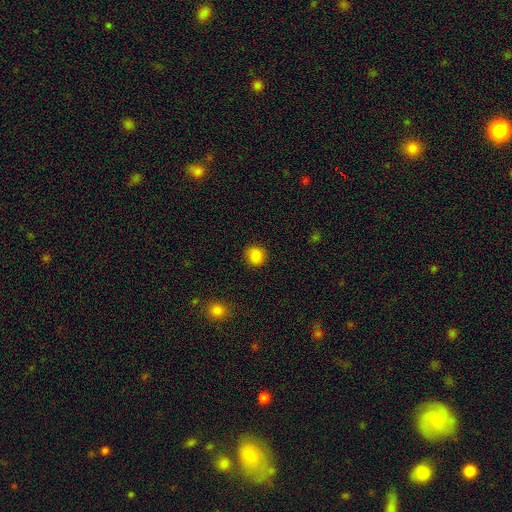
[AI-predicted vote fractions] smooth 86%, star or artifact 10%, featured or disk 3%. Down the decision tree: how rounded — round (88%); merging — none (89%).